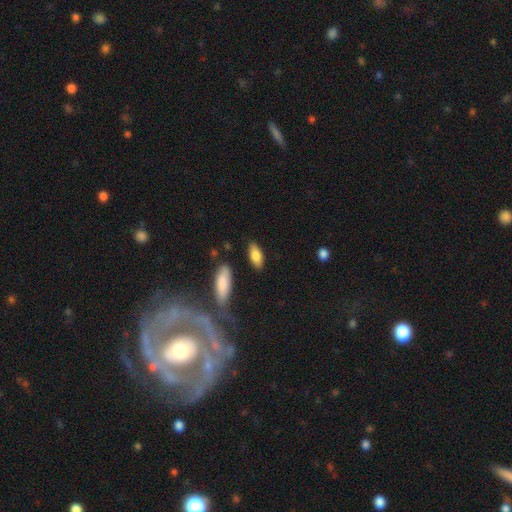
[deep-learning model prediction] Smooth or featured? Predicted: smooth (p=0.81). How rounded? Predicted: in between (p=0.80). Merging? Predicted: none (p=0.84).